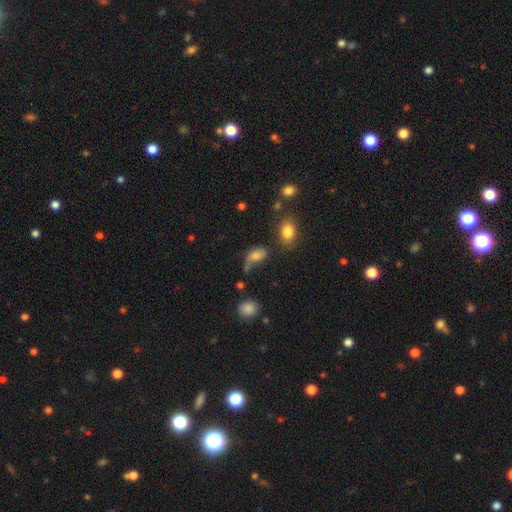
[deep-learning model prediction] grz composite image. It shows a smooth galaxy with no disk features (67%) that is in between round and cigar-shaped (82%). Merging: none (32%).